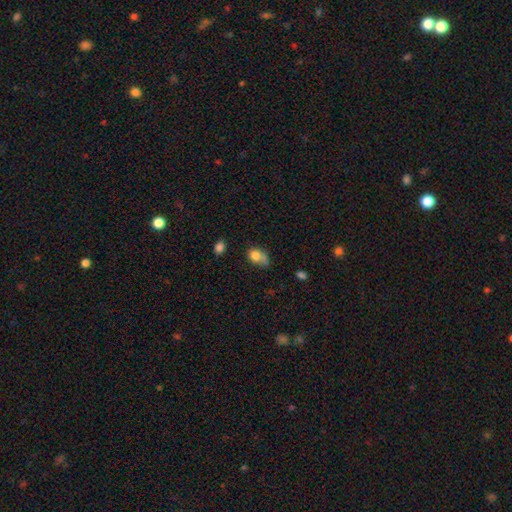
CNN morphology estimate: Q: Smooth or featured?
A: smooth (78%); runner-up: featured or disk (12%)
Q: How rounded?
A: in between (69%); runner-up: round (30%)
Q: Merging?
A: minor disturbance (34%); runner-up: none (33%)